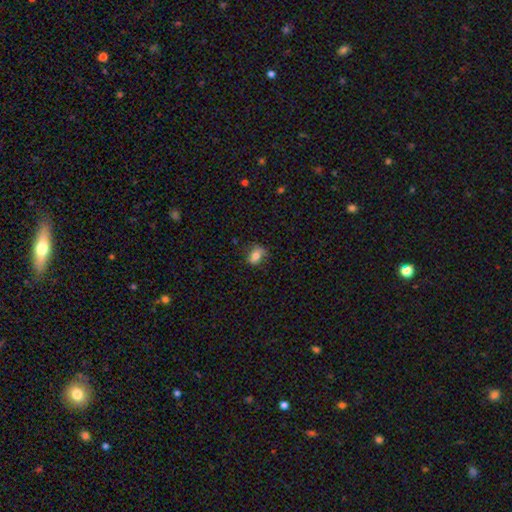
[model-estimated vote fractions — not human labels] A smooth galaxy with no disk features (76%) that is in between round and cigar-shaped (68%).

Vote fractions:
- Smooth or featured? smooth: 76% / featured or disk: 14% / star or artifact: 10%
- How rounded? in between: 68% / round: 30% / cigar-shaped: 2%
- Merging? none: 68% / minor disturbance: 24% / major disturbance: 6% / merger: 2%